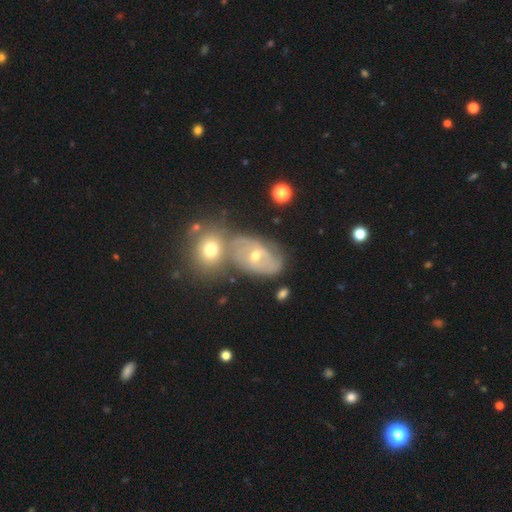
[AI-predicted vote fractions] A featured or disk galaxy (71%) with no bar (57%), 2 (45%) tight (54%) spiral arms (84%) and a moderate central bulge (50%). Merging: none (53%).